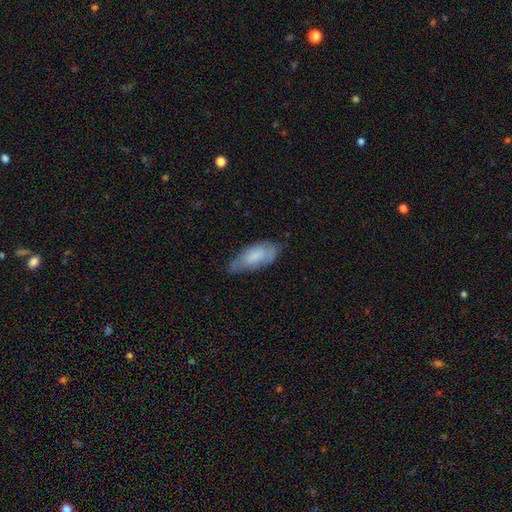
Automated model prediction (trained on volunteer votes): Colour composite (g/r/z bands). It shows a smooth galaxy with no disk features (71%) that is in between round and cigar-shaped (81%). Merging: none (54%).